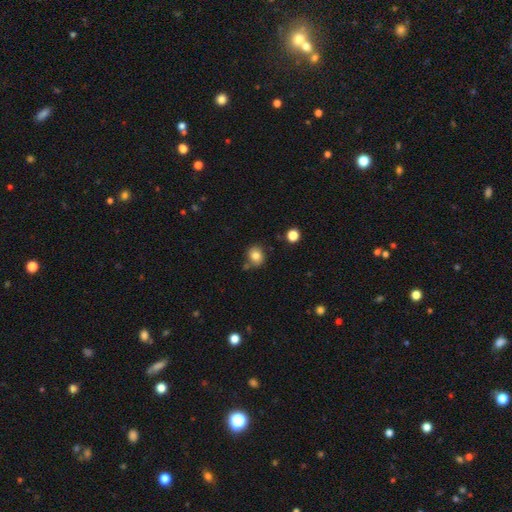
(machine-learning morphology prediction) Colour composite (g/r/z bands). It shows a smooth galaxy with no disk features (80%) that is round (73%). Merging: none (71%).